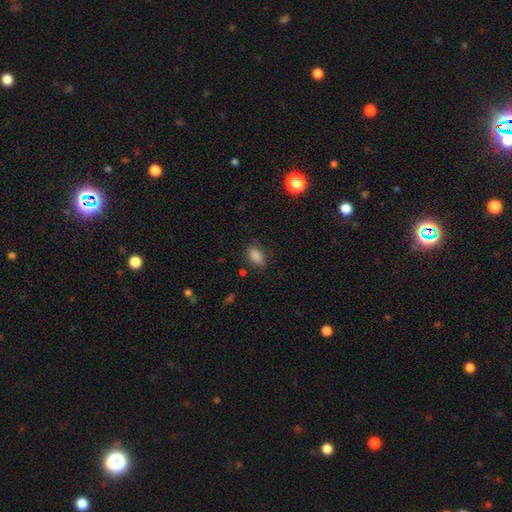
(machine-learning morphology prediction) Q: Smooth or featured?
A: smooth (85%); runner-up: star or artifact (10%)
Q: How rounded?
A: in between (89%); runner-up: round (8%)
Q: Merging?
A: none (79%); runner-up: minor disturbance (15%)